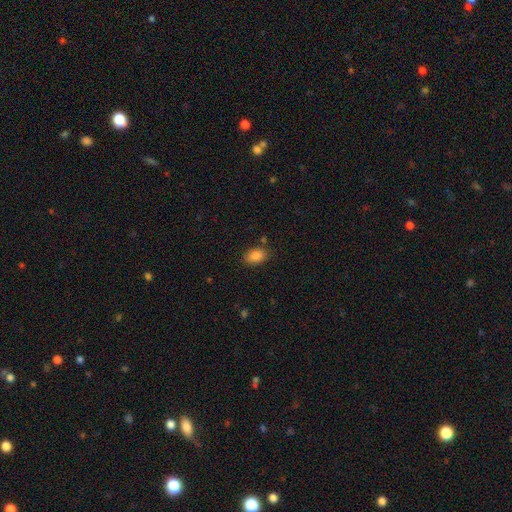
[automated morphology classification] Q: Smooth or featured?
A: smooth (87%); runner-up: star or artifact (8%)
Q: How rounded?
A: in between (85%); runner-up: round (13%)
Q: Merging?
A: none (81%); runner-up: minor disturbance (12%)